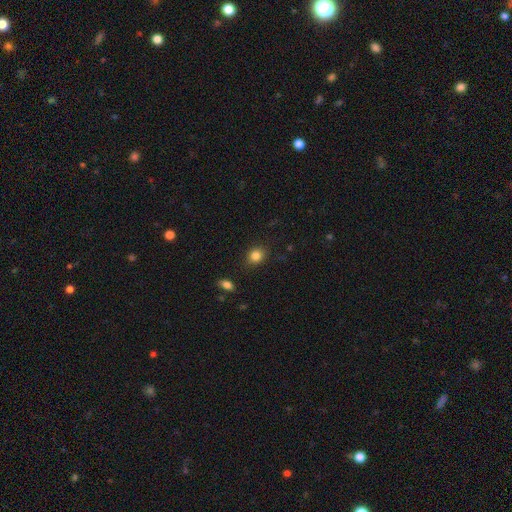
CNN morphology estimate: smooth 84%, star or artifact 11%, featured or disk 5%. Down the decision tree: how rounded — round (60%); merging — none (85%).